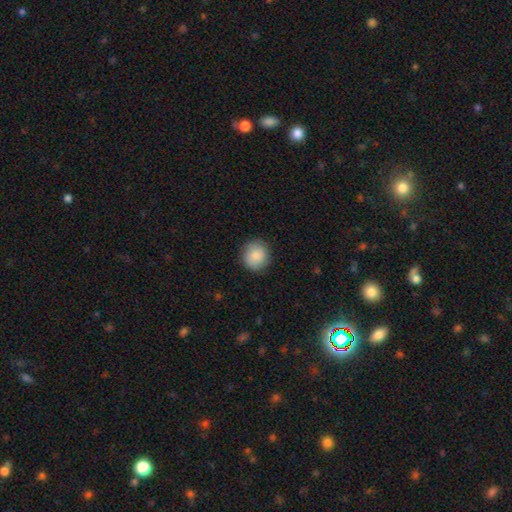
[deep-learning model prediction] smooth_or_featured: smooth (p=0.85) [alt: featured or disk p=0.09]
how_rounded: round (p=0.91) [alt: in between p=0.08]
merging: none (p=0.87) [alt: minor disturbance p=0.09]